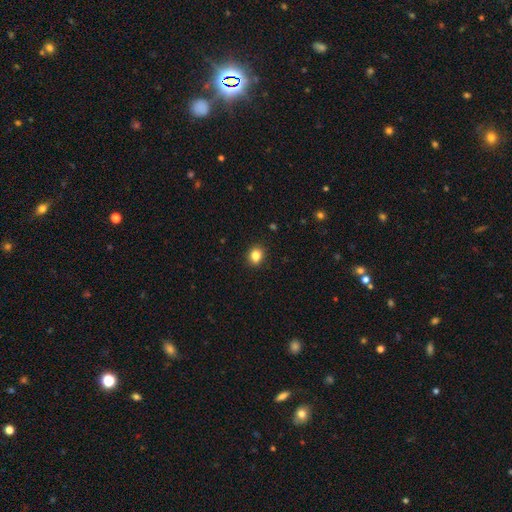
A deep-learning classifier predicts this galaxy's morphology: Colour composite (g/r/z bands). It shows a smooth galaxy with no disk features (84%) that is round (68%). Merging: none (91%).